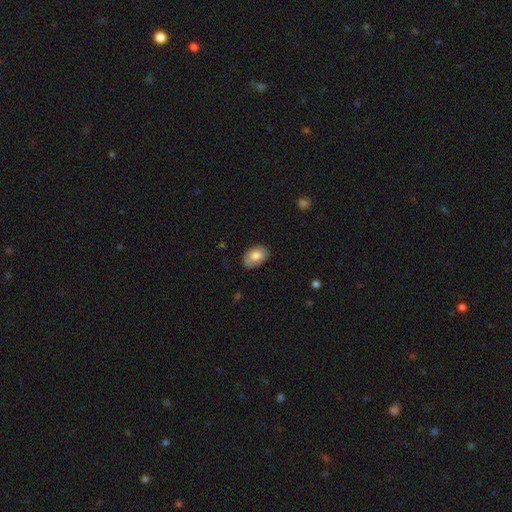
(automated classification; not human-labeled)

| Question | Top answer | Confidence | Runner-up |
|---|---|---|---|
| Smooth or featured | smooth | 75% | featured or disk (18%) |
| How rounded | in between | 85% | round (14%) |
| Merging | none | 80% | minor disturbance (16%) |